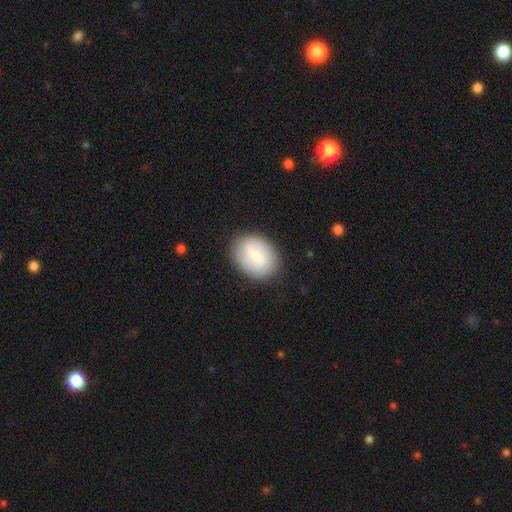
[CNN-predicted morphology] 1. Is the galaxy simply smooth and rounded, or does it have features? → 66% smooth, 27% featured or disk, 7% star or artifact.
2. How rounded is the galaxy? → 63% in between, 36% round, 1% cigar-shaped.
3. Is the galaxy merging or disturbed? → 83% none, 12% minor disturbance, 4% major disturbance, 2% merger.